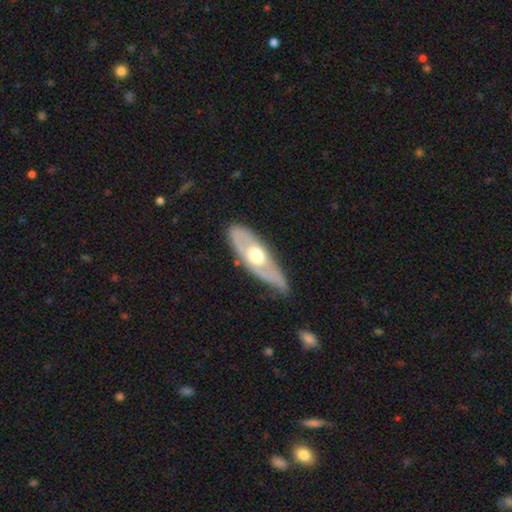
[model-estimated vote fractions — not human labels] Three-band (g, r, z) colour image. It shows a featured or disk galaxy (63%). Merging: none (69%).